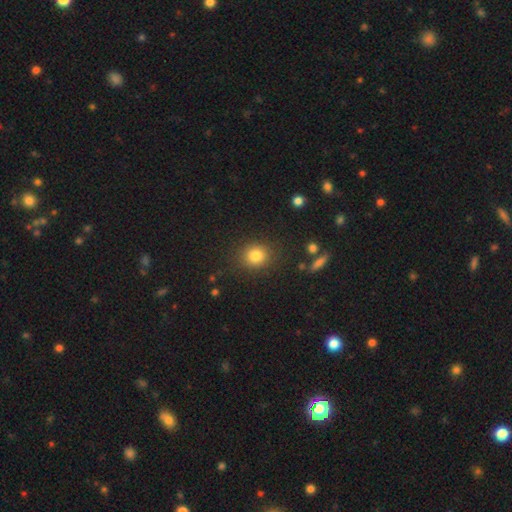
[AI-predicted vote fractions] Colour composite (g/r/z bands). It shows a smooth galaxy with no disk features (82%) that is round (81%). Merging: none (87%).